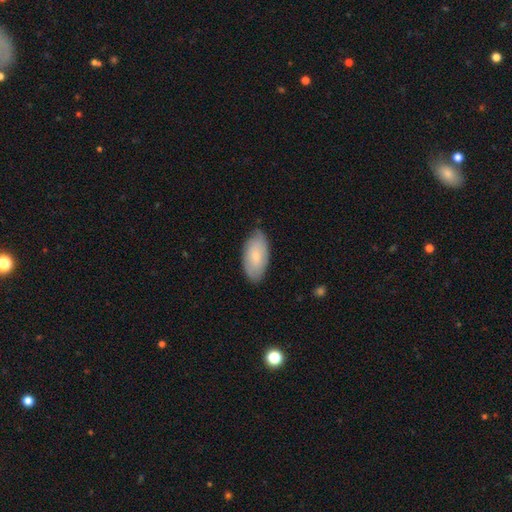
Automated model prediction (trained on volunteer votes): A smooth galaxy with no disk features (68%) that is in between round and cigar-shaped (94%).

Vote fractions:
- Smooth or featured? smooth: 68% / featured or disk: 26% / star or artifact: 6%
- How rounded? in between: 94% / cigar-shaped: 3% / round: 2%
- Merging? none: 78% / minor disturbance: 18% / major disturbance: 3% / merger: 1%